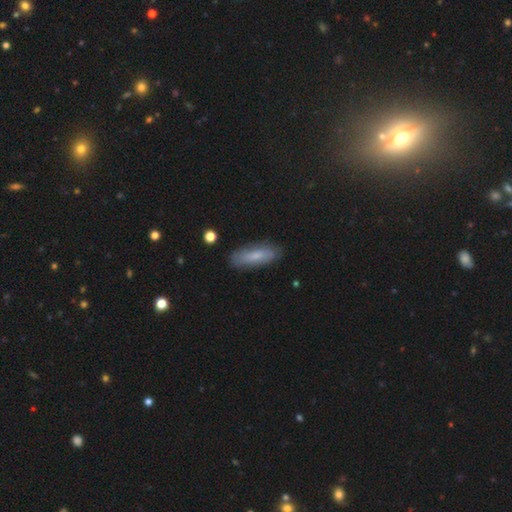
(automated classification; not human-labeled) Q: Smooth or featured?
A: smooth (71%); runner-up: featured or disk (22%)
Q: How rounded?
A: in between (56%); runner-up: cigar-shaped (42%)
Q: Merging?
A: none (82%); runner-up: minor disturbance (14%)